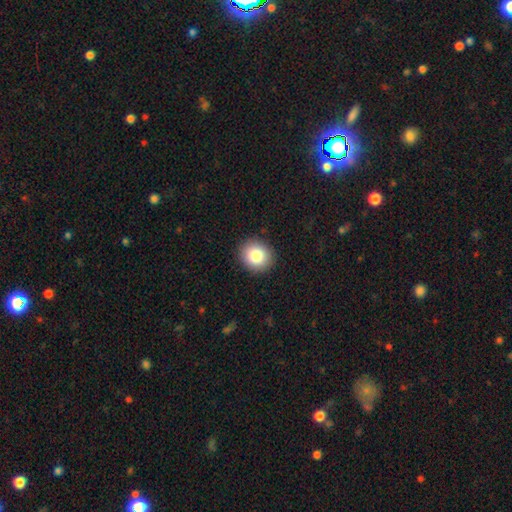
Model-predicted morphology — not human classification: Smooth or featured?
  - smooth: 83% *
  - star or artifact: 9%
  - featured or disk: 8%
How rounded?
  - round: 79% *
  - in between: 21%
  - cigar-shaped: 1%
Merging?
  - none: 91% *
  - minor disturbance: 6%
  - major disturbance: 2%
  - merger: 1%